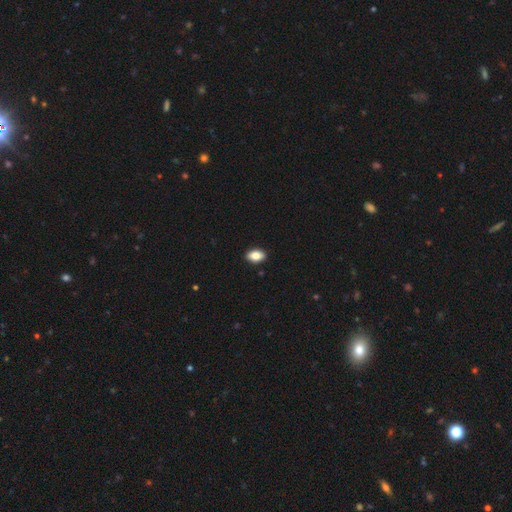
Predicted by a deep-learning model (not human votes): This is clearly a smooth galaxy (84%). How rounded: clearly in between (88%). Merging: clearly none (90%).